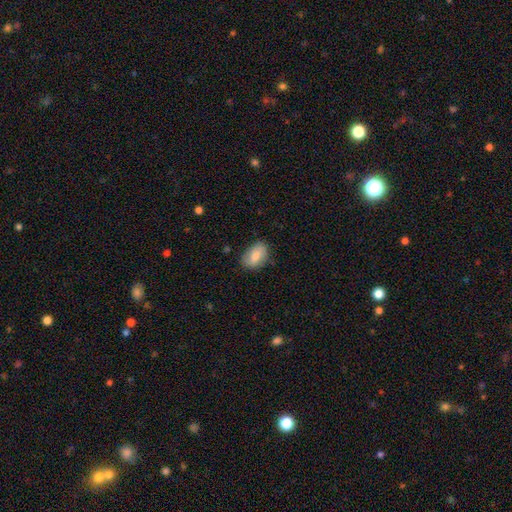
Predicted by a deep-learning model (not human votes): Overall: smooth (80%). How rounded: in between (86%). Merging: none (72%).